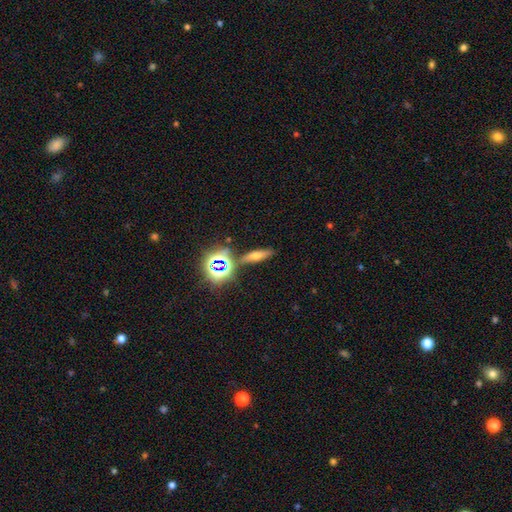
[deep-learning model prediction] The model was most divided on "smooth or featured": smooth: 36%, star or artifact: 32%, featured or disk: 32%. More confident: merging — none (82%).